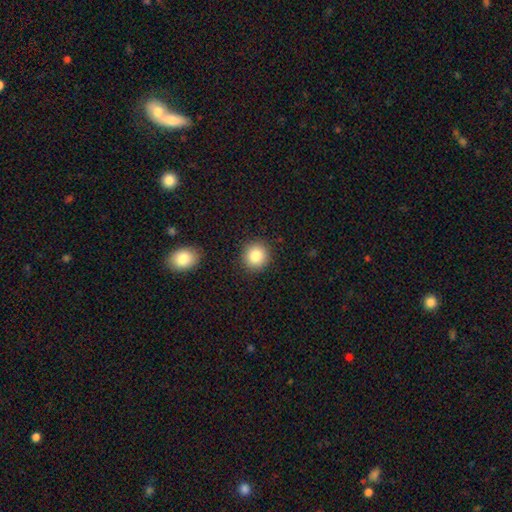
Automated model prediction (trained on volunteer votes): This appears to be a smooth galaxy with no disk features (84%) that is round (90%). Merging: none (90%).